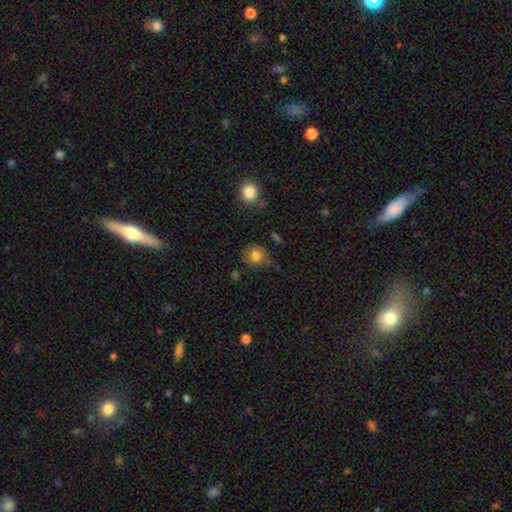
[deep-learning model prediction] Smooth or featured: smooth — 79% (featured or disk — 11%)
How rounded: round — 83% (in between — 16%)
Merging: none — 72% (minor disturbance — 20%)